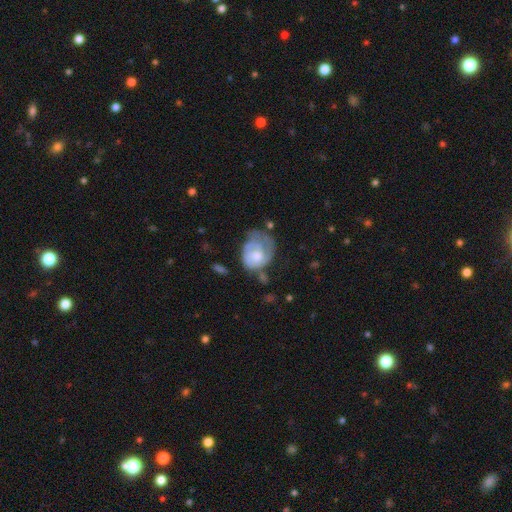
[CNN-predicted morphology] A featured or disk galaxy (54%) with no bar (75%), spiral arms (68%) and a moderate central bulge (52%). Merging: major disturbance (33%).